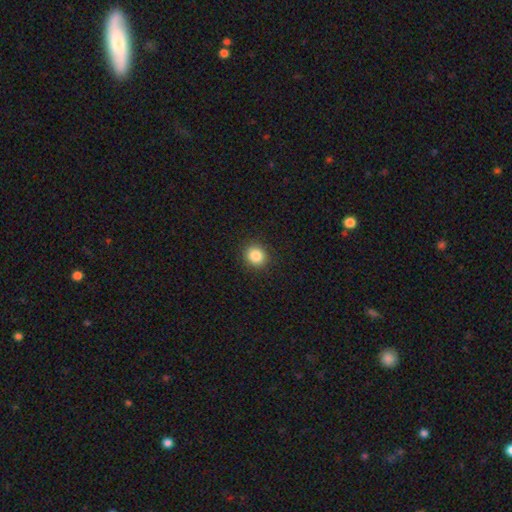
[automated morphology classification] Smooth or featured? Predicted: smooth (p=0.85). How rounded? Predicted: round (p=0.82). Merging? Predicted: none (p=0.90).